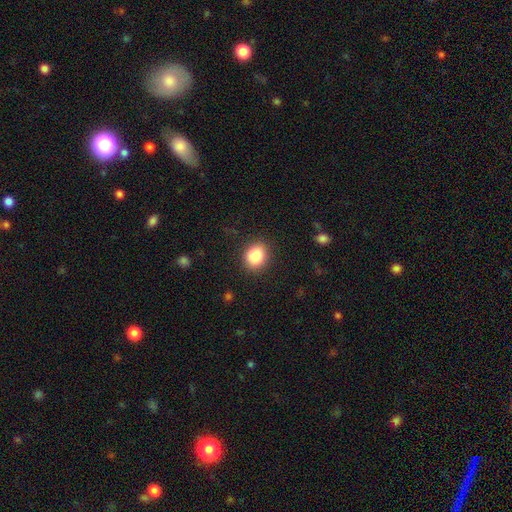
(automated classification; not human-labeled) This appears to be a smooth galaxy with no disk features (87%) that is round (55%). Merging: none (86%).